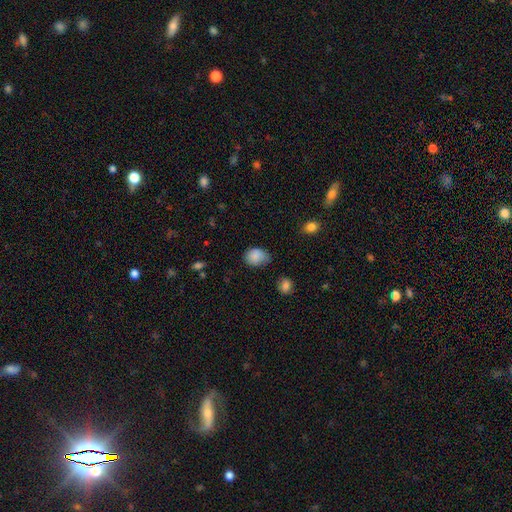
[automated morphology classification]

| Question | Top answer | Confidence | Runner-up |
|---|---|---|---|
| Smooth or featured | smooth | 85% | star or artifact (9%) |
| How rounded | in between | 61% | round (38%) |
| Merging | none | 53% | minor disturbance (37%) |